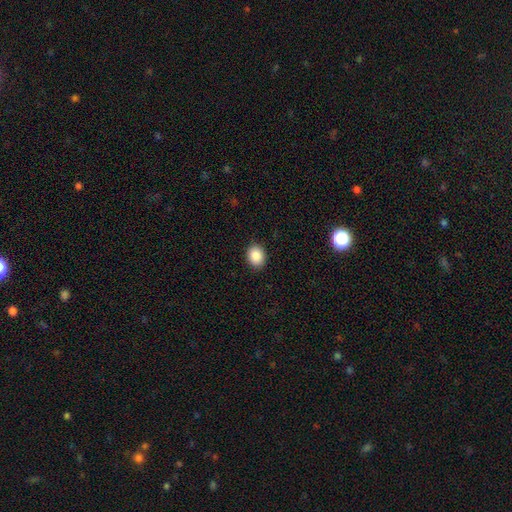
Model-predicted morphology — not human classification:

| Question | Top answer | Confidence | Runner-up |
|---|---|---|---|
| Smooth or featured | smooth | 88% | star or artifact (9%) |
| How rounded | round | 55% | in between (45%) |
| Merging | none | 90% | minor disturbance (7%) |